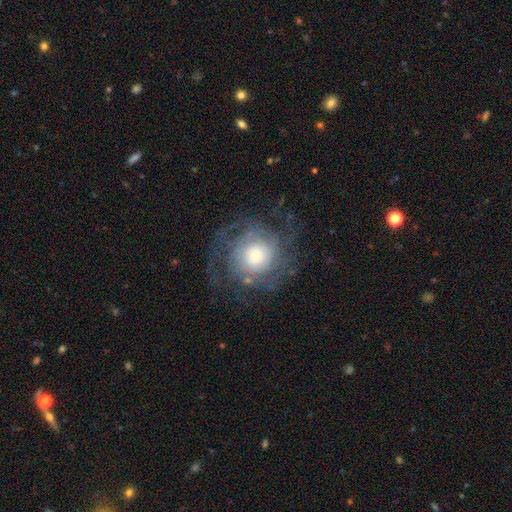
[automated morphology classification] Q: Smooth or featured?
A: featured or disk (67%); runner-up: smooth (24%)
Q: Edge-on disk?
A: no (97%); runner-up: yes (3%)
Q: Bar?
A: no (81%); runner-up: weak (15%)
Q: Spiral arms?
A: yes (85%); runner-up: no (15%)
Q: Spiral winding?
A: tight (54%); runner-up: medium (30%)
Q: Spiral arm count?
A: can't tell (42%); runner-up: 2 (19%)
Q: Bulge size?
A: large (30%); tied with: small (30%)
Q: Merging?
A: none (64%); runner-up: major disturbance (20%)